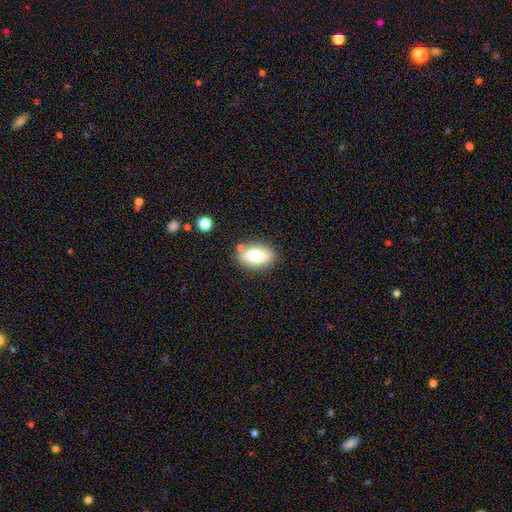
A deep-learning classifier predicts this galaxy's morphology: smooth_or_featured: smooth (p=0.74) [alt: featured or disk p=0.18]
how_rounded: in between (p=0.88) [alt: round p=0.09]
merging: none (p=0.78) [alt: minor disturbance p=0.13]